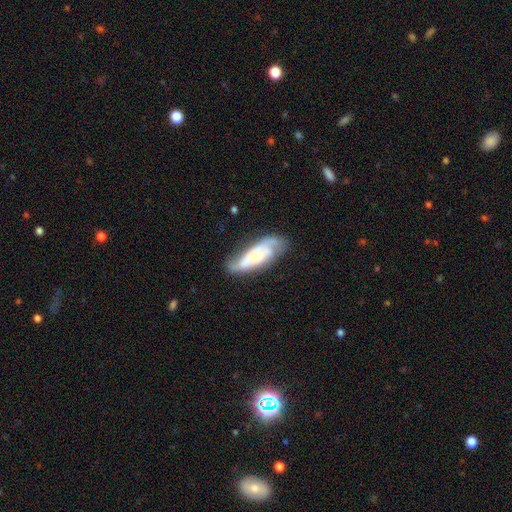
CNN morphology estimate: This appears to be a featured or disk galaxy (62%) with no bar (65%), spiral arms (87%) and a small central bulge (42%). Merging: none (59%).